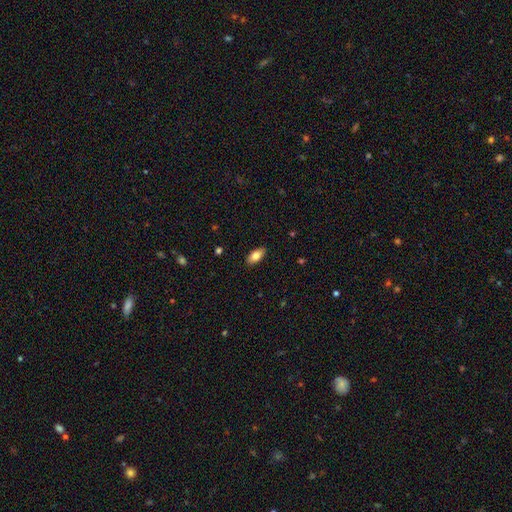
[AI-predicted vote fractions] Smooth or featured? Predicted: smooth (p=0.78). How rounded? Predicted: in between (p=0.90). Merging? Predicted: none (p=0.89).